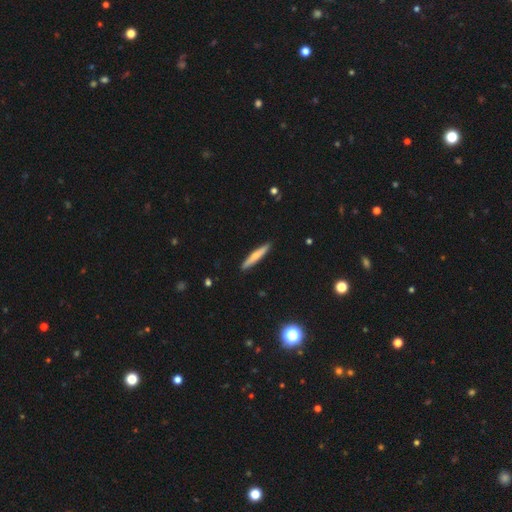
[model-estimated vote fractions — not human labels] Morphology: type=smooth (61%); roundness=cigar-shaped (93%); merging=none (91%).